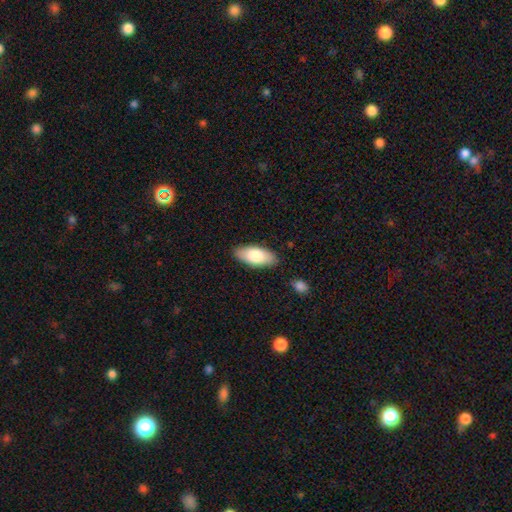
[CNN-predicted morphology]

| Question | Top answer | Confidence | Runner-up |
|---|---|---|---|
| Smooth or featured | smooth | 81% | featured or disk (13%) |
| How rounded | in between | 88% | cigar-shaped (10%) |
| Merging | none | 85% | minor disturbance (11%) |